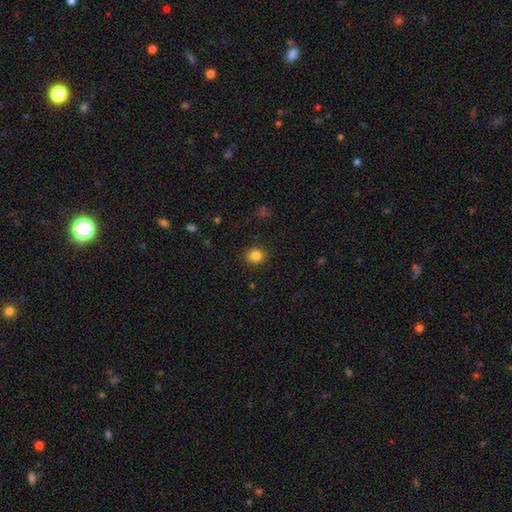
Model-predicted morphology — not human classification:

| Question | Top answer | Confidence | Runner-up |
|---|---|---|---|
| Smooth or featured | smooth | 85% | star or artifact (10%) |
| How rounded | round | 71% | in between (28%) |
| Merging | none | 89% | minor disturbance (7%) |